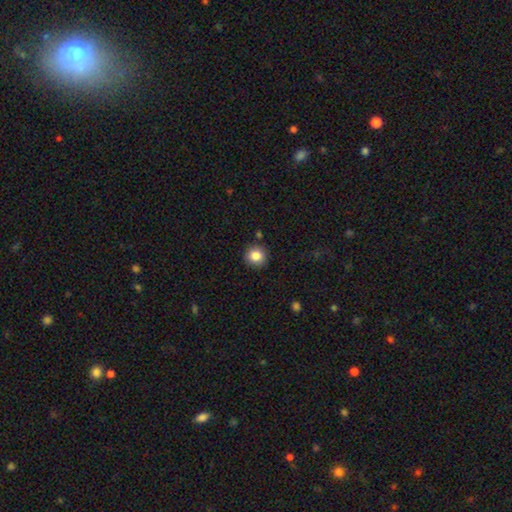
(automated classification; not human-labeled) This is clearly a smooth galaxy (85%). How rounded: clearly round (92%). Merging: clearly none (88%).